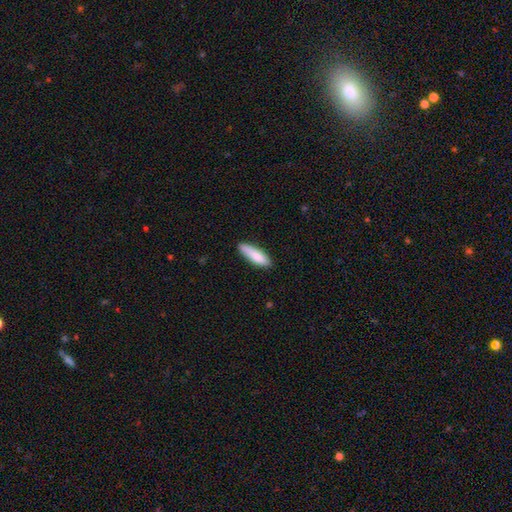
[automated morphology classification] Smooth or featured? Predicted: smooth (p=0.85). How rounded? Predicted: cigar-shaped (p=0.62). Merging? Predicted: none (p=0.81).